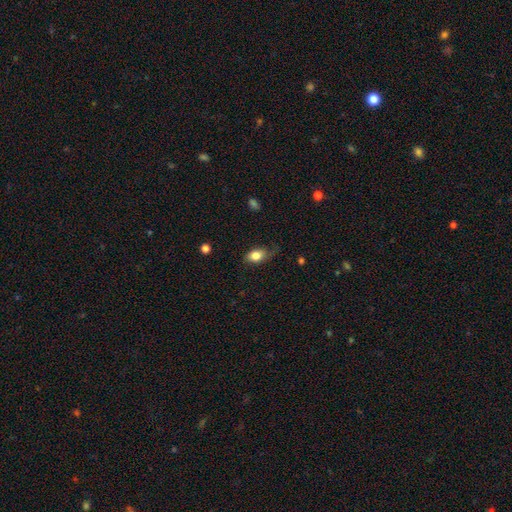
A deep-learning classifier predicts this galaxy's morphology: Smooth or featured: smooth — 80% (featured or disk — 12%)
How rounded: in between — 84% (round — 13%)
Merging: none — 61% (minor disturbance — 28%)